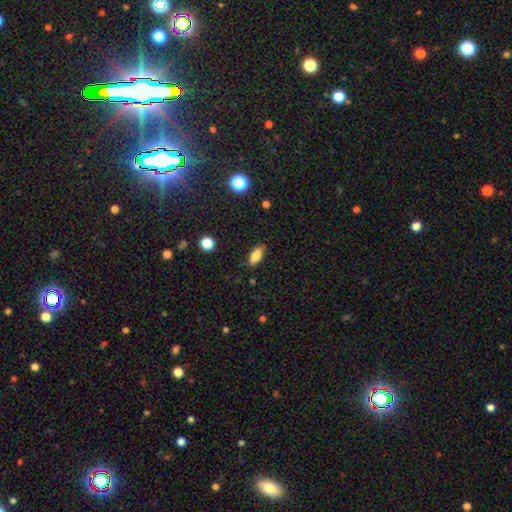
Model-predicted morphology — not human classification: A smooth galaxy with no disk features (81%) that is in between round and cigar-shaped (82%).

Vote fractions:
- Smooth or featured? smooth: 81% / featured or disk: 11% / star or artifact: 9%
- How rounded? in between: 82% / cigar-shaped: 14% / round: 4%
- Merging? none: 84% / minor disturbance: 12% / major disturbance: 3% / merger: 1%